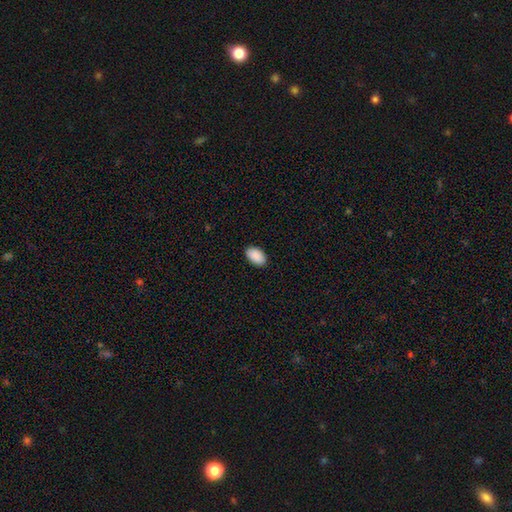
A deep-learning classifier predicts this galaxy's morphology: A smooth galaxy with no disk features (91%) that is in between round and cigar-shaped (94%).

Vote fractions:
- Smooth or featured? smooth: 91% / star or artifact: 6% / featured or disk: 3%
- How rounded? in between: 94% / round: 5% / cigar-shaped: 1%
- Merging? none: 89% / minor disturbance: 8% / major disturbance: 2% / merger: 1%